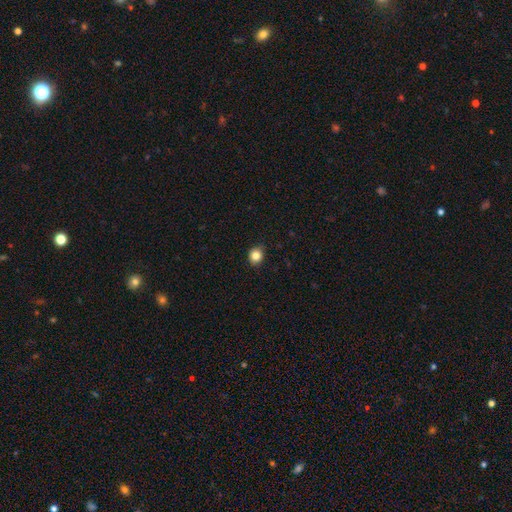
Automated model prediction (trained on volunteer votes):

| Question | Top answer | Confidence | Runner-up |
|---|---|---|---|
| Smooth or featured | smooth | 84% | star or artifact (11%) |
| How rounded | round | 75% | in between (24%) |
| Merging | none | 86% | minor disturbance (11%) |